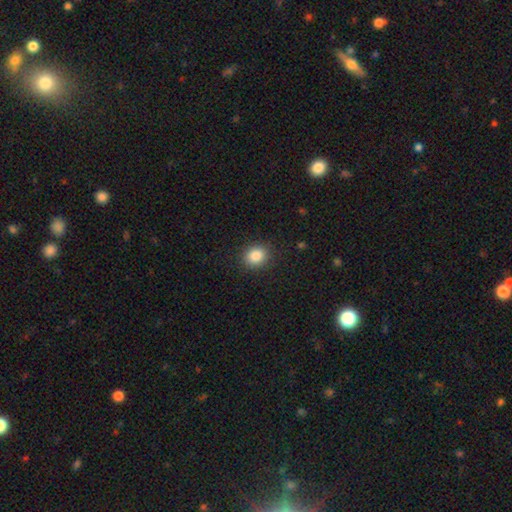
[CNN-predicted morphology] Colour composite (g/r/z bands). It shows a smooth galaxy with no disk features (86%) that is round (65%). Merging: none (89%).